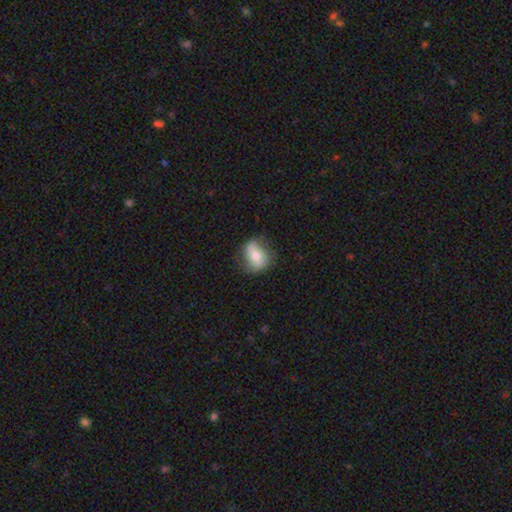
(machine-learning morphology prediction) Overall: smooth (55%; featured or disk 37%). How rounded: in between (57%; round 41%). Merging: none (68%).